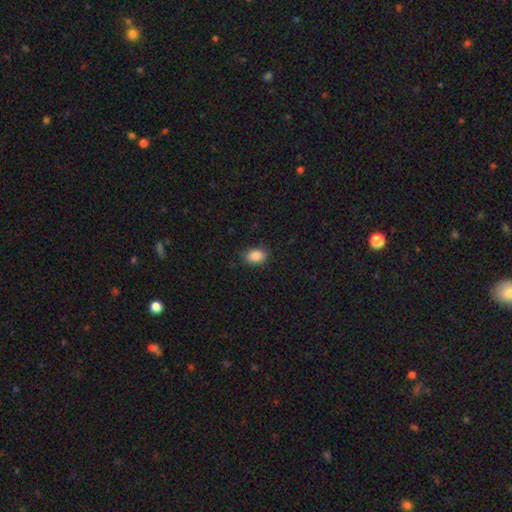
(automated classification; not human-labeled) Smooth or featured? smooth (88%)
How rounded? in between (78%)
Merging? none (83%)